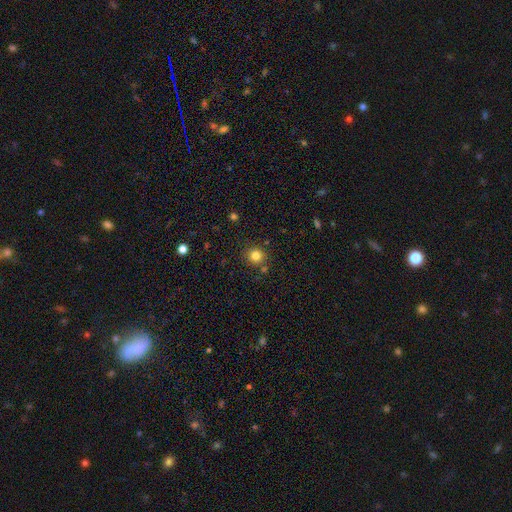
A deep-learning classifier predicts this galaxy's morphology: smooth-or-featured: smooth: 82% | star or artifact: 13% | featured or disk: 5%
  how-rounded: round: 92% | in between: 7% | cigar-shaped: 1%
  merging: none: 83% | minor disturbance: 8% | merger: 6% | major disturbance: 3%